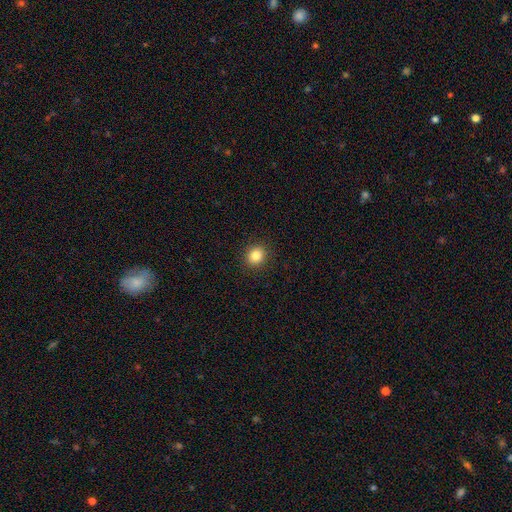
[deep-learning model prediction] Smooth or featured? smooth (85%)
How rounded? round (79%)
Merging? none (92%)